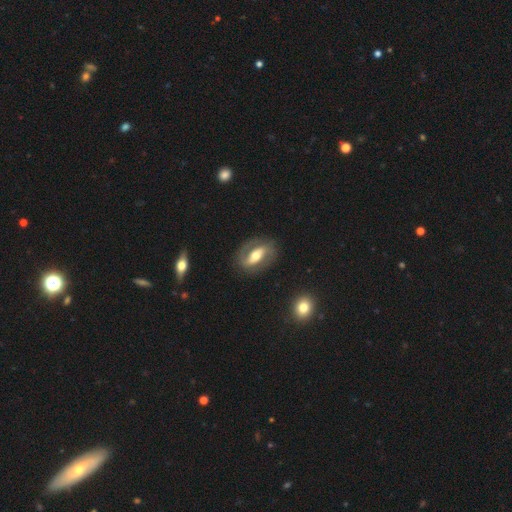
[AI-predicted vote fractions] This is likely a featured or disk galaxy (73%). It is clearly not viewed edge-on (91%). Bar: possibly strong (54%). Spiral arm pattern: likely yes (78%). Spiral arm count: clearly 2 (84%). Spiral winding: marginally medium (44%). Central bulge: likely moderate (68%). Merging: likely none (79%).